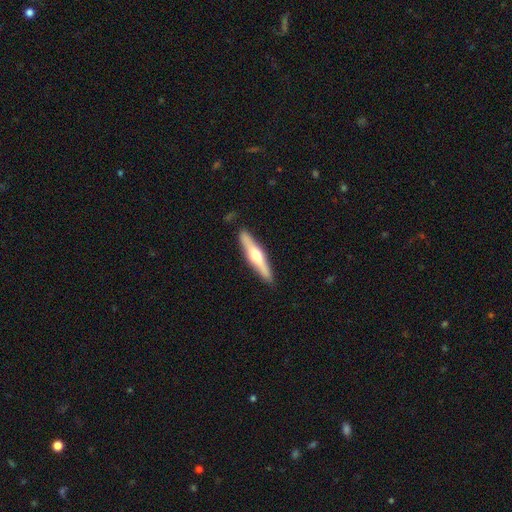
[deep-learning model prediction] smooth_or_featured: featured or disk (p=0.59) [alt: smooth p=0.36]
disk_edge_on: yes (p=0.95) [alt: no p=0.05]
edge_on_bulge: rounded (p=0.90) [alt: none p=0.05]
merging: none (p=0.88) [alt: minor disturbance p=0.09]